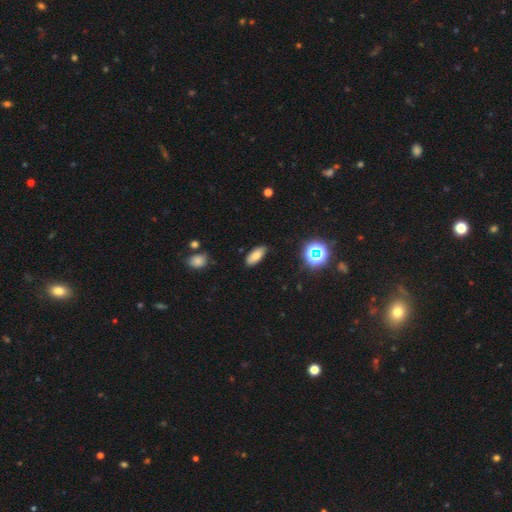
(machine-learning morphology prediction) Smooth or featured? Predicted: smooth (p=0.76). How rounded? Predicted: in between (p=0.84). Merging? Predicted: none (p=0.85).